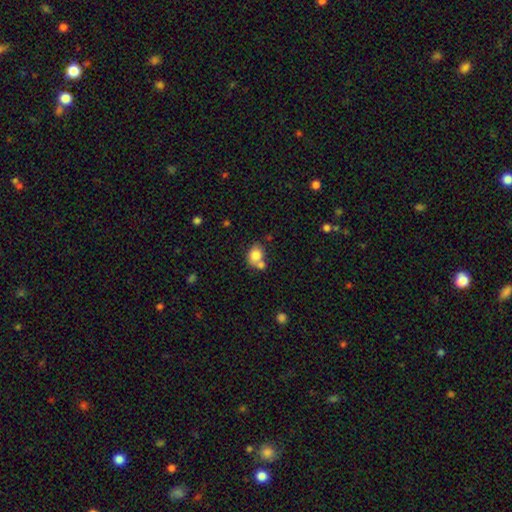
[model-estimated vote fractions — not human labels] Q: Smooth or featured?
A: smooth (79%); runner-up: featured or disk (11%)
Q: How rounded?
A: round (51%); runner-up: in between (48%)
Q: Merging?
A: merger (43%); runner-up: none (39%)